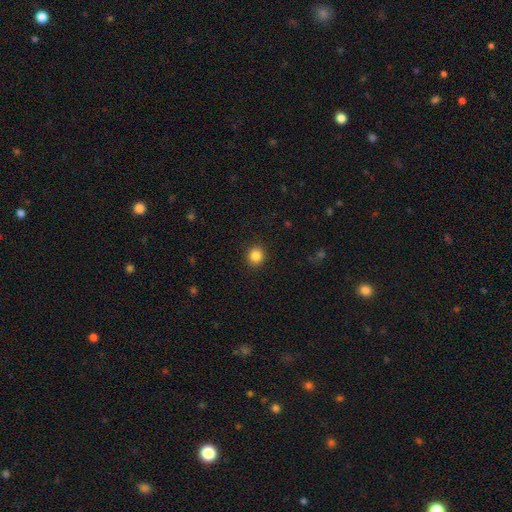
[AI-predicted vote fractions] Smooth or featured? Predicted: smooth (p=0.86). How rounded? Predicted: round (p=0.88). Merging? Predicted: none (p=0.91).